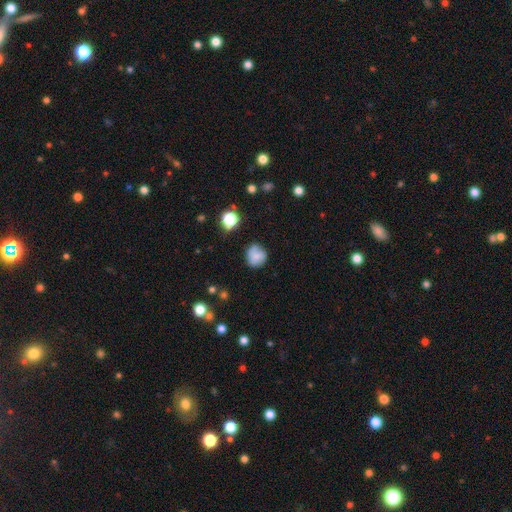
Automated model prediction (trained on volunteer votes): Smooth or featured? Predicted: smooth (p=0.75). How rounded? Predicted: round (p=0.80). Merging? Predicted: none (p=0.63).